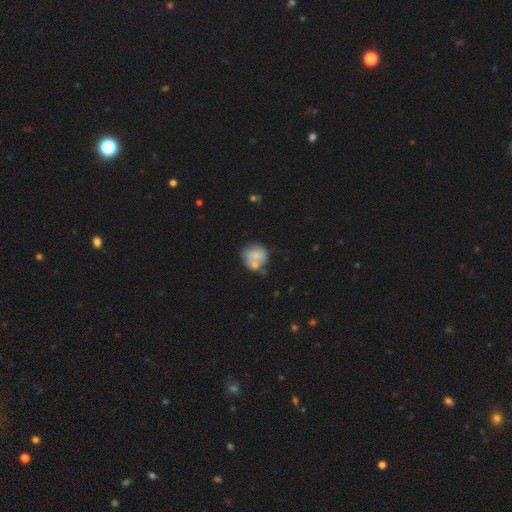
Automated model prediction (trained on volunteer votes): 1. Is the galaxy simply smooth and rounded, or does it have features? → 67% smooth, 25% featured or disk, 8% star or artifact.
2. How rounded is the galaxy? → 80% round, 19% in between, 1% cigar-shaped.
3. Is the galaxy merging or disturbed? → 42% none, 33% merger, 18% minor disturbance, 7% major disturbance.